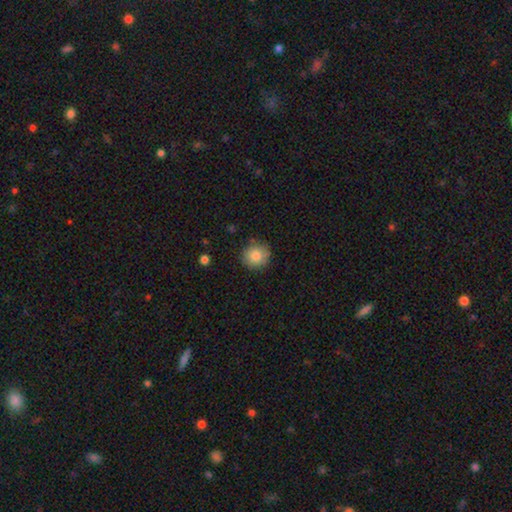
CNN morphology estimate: smooth 84%, star or artifact 9%, featured or disk 7%. Down the decision tree: how rounded — round (91%); merging — none (86%).